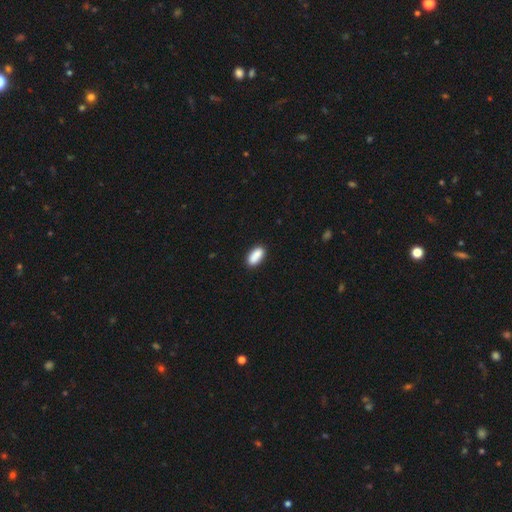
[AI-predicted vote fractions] smooth-or-featured: smooth: 87% | star or artifact: 7% | featured or disk: 5%
  how-rounded: in between: 88% | cigar-shaped: 9% | round: 3%
  merging: none: 81% | minor disturbance: 12% | merger: 4% | major disturbance: 2%